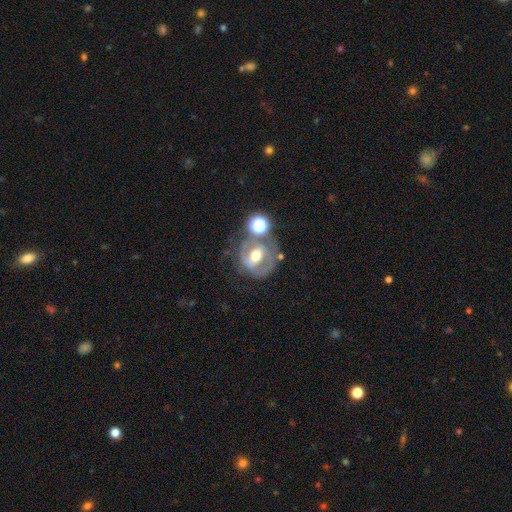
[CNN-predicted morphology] Overall: featured or disk (70%). Edge-on disk: no (96%). Bar: weak (38%; strong 37%). Spiral arms: yes (68%; no 32%). Bulge size: moderate (72%). Merging: none (56%; minor disturbance 17%).